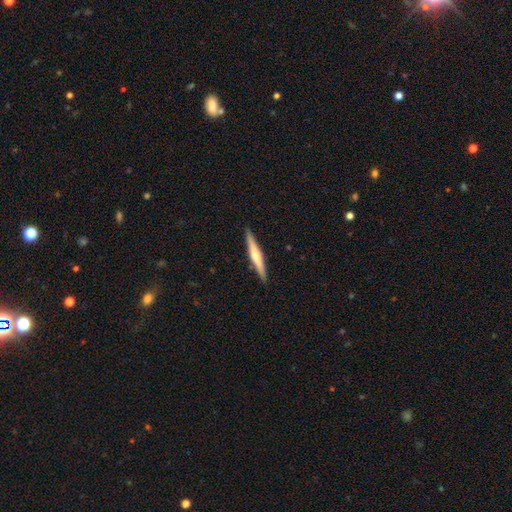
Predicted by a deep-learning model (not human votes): Morphology: type=featured or disk (56%); edge-on=yes (97%); edge-on bulge=rounded (75%); merging=none (91%).